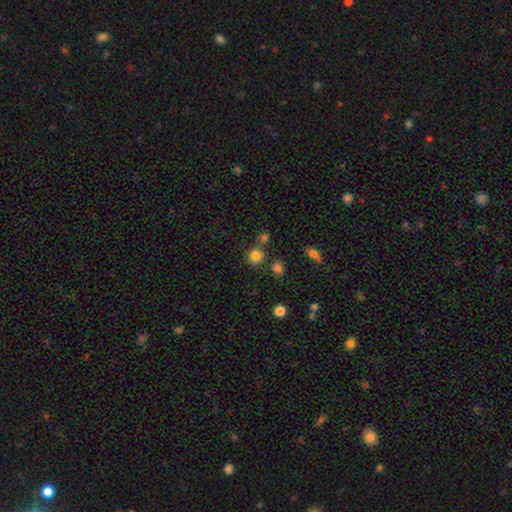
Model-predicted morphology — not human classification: The model was most divided on "merging": none: 74%, merger: 12%, minor disturbance: 10%, major disturbance: 4%. More confident: how rounded — round (88%); smooth or featured — smooth (81%).